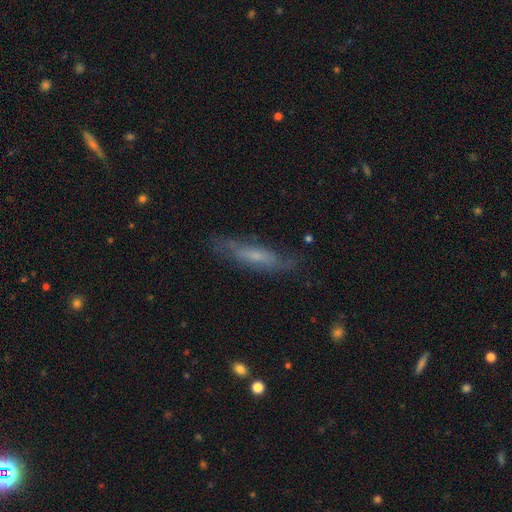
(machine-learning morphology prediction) smooth-or-featured: featured or disk: 50% | smooth: 42% | star or artifact: 8%
  disk-edge-on: yes: 54% | no: 46%
  merging: none: 72% | minor disturbance: 19% | major disturbance: 7% | merger: 2%